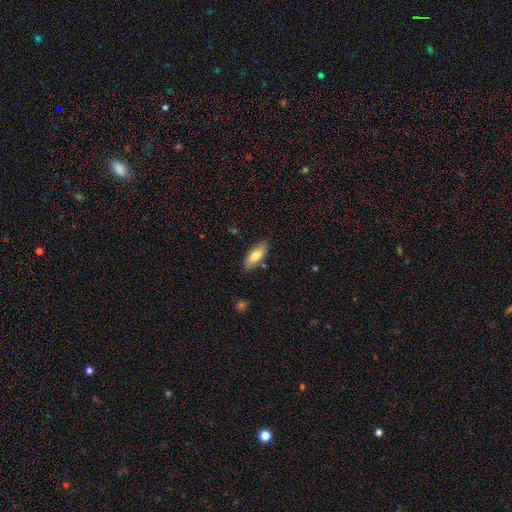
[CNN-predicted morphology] This is likely a smooth galaxy (75%). How rounded: likely in between (79%). Merging: clearly none (84%).